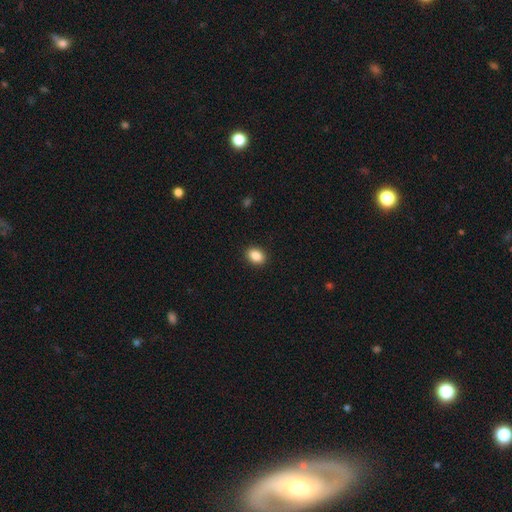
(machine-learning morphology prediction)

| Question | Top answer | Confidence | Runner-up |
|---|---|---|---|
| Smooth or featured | smooth | 88% | star or artifact (8%) |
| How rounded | in between | 72% | round (27%) |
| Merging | none | 91% | minor disturbance (6%) |